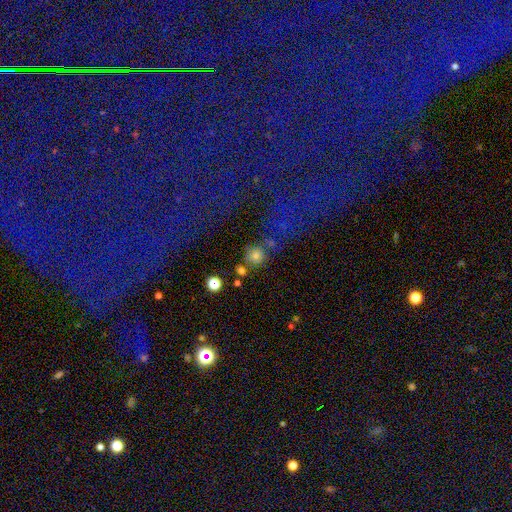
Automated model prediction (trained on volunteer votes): smooth_or_featured: smooth (p=0.74) [alt: star or artifact p=0.17]
how_rounded: round (p=0.92) [alt: in between p=0.07]
merging: none (p=0.70) [alt: merger p=0.14]